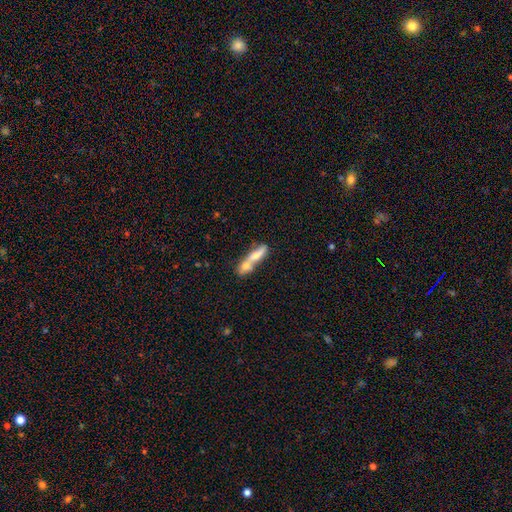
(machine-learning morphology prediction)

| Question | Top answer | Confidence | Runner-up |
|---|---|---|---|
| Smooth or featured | smooth | 58% | featured or disk (34%) |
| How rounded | cigar-shaped | 59% | in between (36%) |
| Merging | merger | 64% | none (22%) |